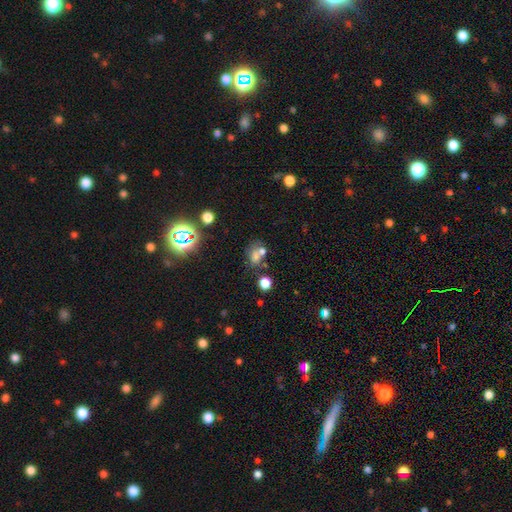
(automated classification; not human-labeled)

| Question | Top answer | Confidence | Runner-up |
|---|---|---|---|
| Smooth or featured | smooth | 60% | star or artifact (24%) |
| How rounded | in between | 55% | round (43%) |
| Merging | merger | 41% | none (39%) |